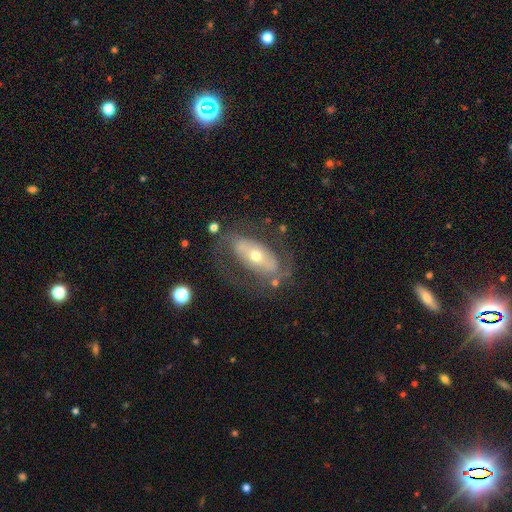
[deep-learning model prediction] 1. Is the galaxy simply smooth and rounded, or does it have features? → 67% featured or disk, 26% smooth, 7% star or artifact.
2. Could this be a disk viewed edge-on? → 87% no, 13% yes.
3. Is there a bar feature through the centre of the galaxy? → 49% no, 30% strong, 21% weak.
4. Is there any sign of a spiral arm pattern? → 50% yes (tied), 50% no (tied).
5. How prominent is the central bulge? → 54% moderate, 40% small, 4% large, 1% dominant, 1% none.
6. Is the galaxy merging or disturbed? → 64% none, 17% minor disturbance, 16% major disturbance, 3% merger.